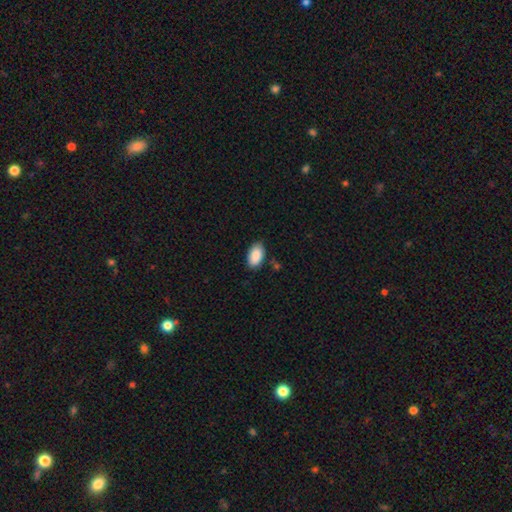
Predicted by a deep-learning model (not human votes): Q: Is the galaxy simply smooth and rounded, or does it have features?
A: smooth — 90%.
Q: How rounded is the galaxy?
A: in between — 95%.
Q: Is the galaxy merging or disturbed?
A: none — 83%.